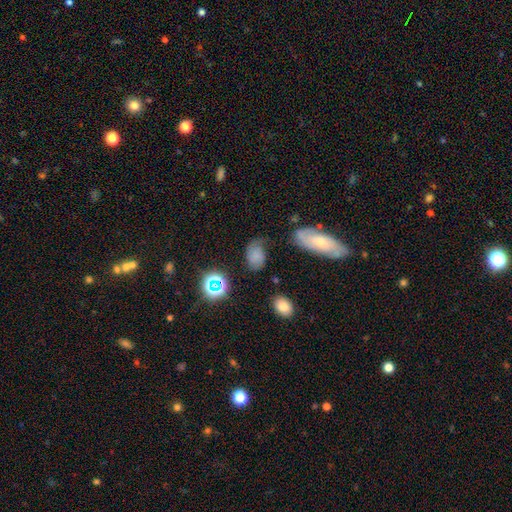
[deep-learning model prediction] Morphology: type=smooth (53%); roundness=in between (83%); merging=none (53%).